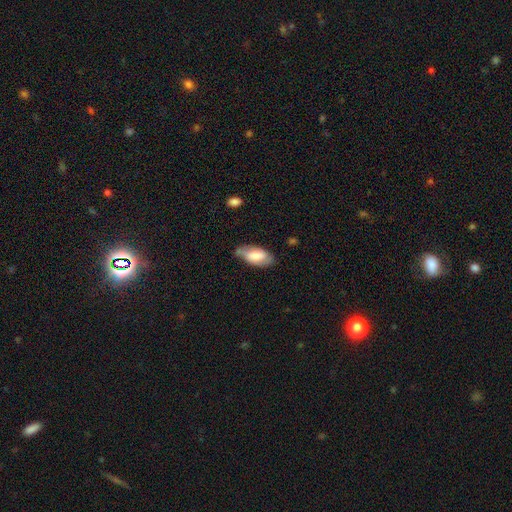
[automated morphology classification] Smooth or featured? Predicted: smooth (p=0.55). How rounded? Predicted: in between (p=0.90). Merging? Predicted: none (p=0.64).